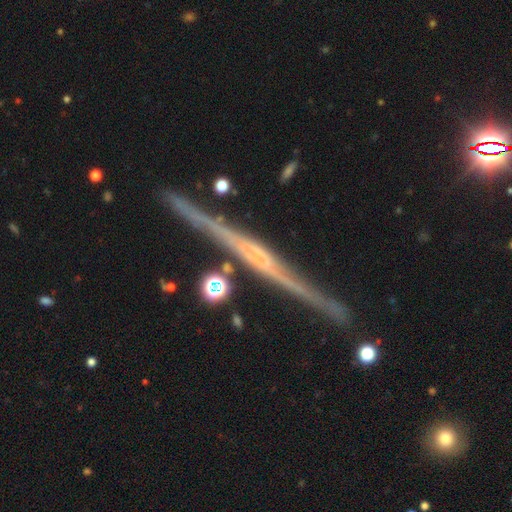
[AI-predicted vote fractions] Smooth or featured?
  - featured or disk: 85% *
  - smooth: 9%
  - star or artifact: 6%
Edge-on disk?
  - yes: 98% *
  - no: 2%
Edge-on bulge?
  - none: 40% *
  - rounded: 39%
  - boxy: 21%
Merging?
  - none: 88% *
  - minor disturbance: 8%
  - merger: 2%
  - major disturbance: 2%